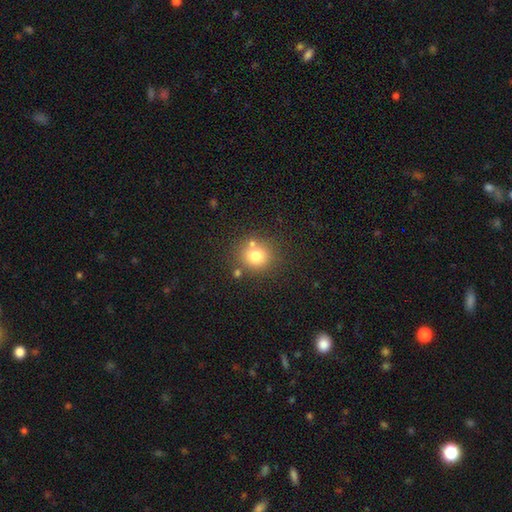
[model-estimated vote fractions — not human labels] Smooth or featured: smooth — 76% (star or artifact — 13%)
How rounded: round — 87% (in between — 12%)
Merging: none — 73% (merger — 14%)